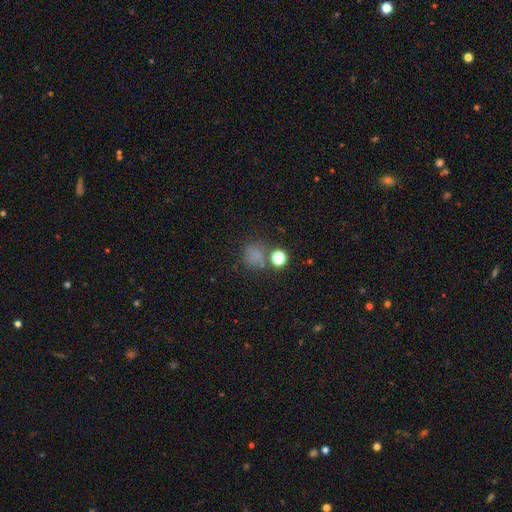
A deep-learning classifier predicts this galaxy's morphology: Overall: smooth (69%). How rounded: round (80%). Merging: none (65%).